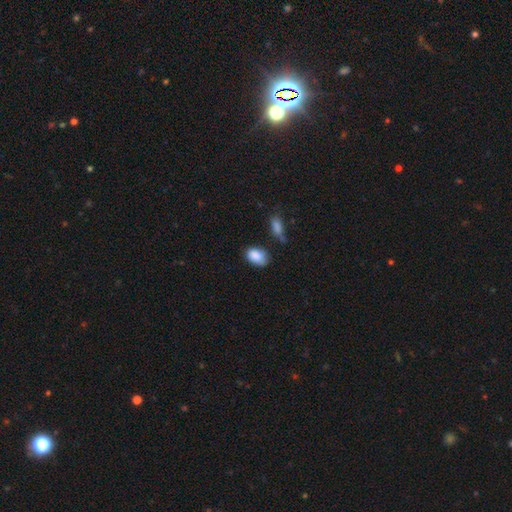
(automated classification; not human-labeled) Smooth or featured? Predicted: smooth (p=0.88). How rounded? Predicted: in between (p=0.89). Merging? Predicted: none (p=0.62).